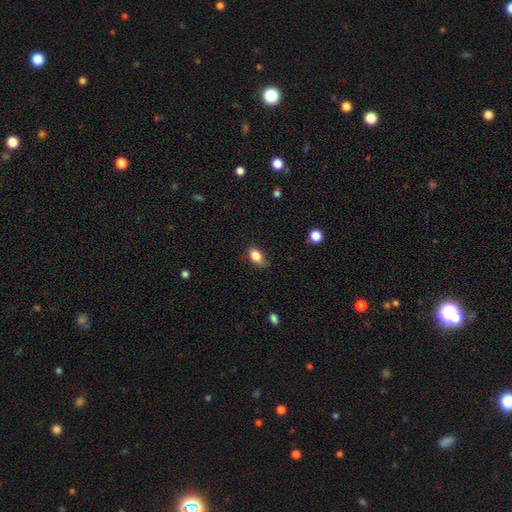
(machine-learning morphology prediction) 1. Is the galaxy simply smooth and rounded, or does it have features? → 84% smooth, 9% star or artifact, 7% featured or disk.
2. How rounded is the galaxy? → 82% in between, 16% round, 3% cigar-shaped.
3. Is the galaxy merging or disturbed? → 63% none, 30% minor disturbance, 6% major disturbance, 2% merger.